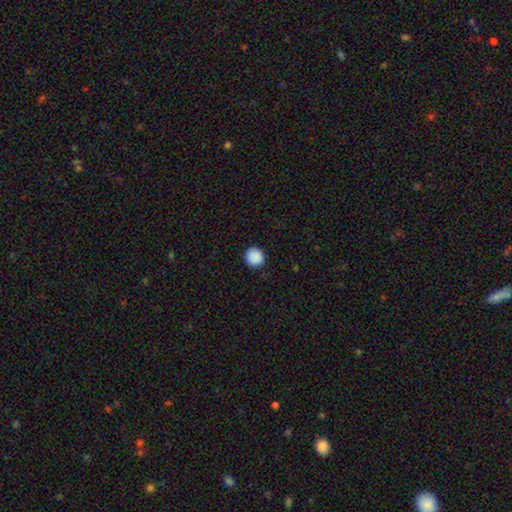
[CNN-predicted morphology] Smooth or featured? smooth (89%)
How rounded? round (92%)
Merging? none (91%)